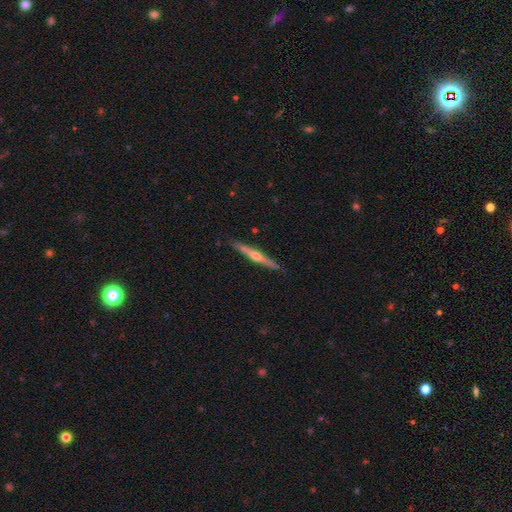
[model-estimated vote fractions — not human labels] Smooth or featured? featured or disk (70%)
Edge-on disk? yes (97%)
Edge-on bulge? rounded (86%)
Merging? none (89%)